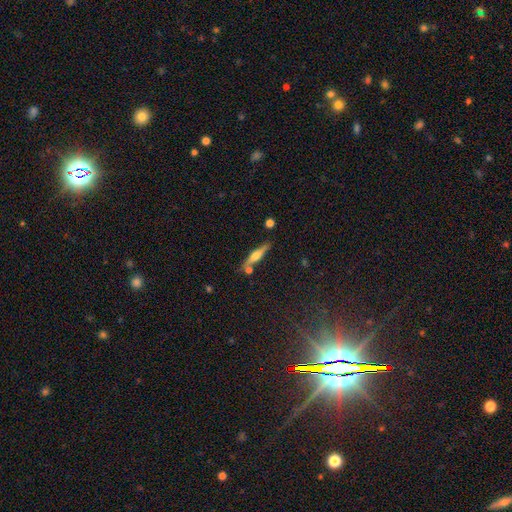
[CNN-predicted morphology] Q: Smooth or featured?
A: featured or disk (56%); runner-up: smooth (37%)
Q: Edge-on disk?
A: yes (95%); runner-up: no (5%)
Q: Edge-on bulge?
A: rounded (84%); runner-up: boxy (10%)
Q: Merging?
A: none (77%); runner-up: minor disturbance (12%)